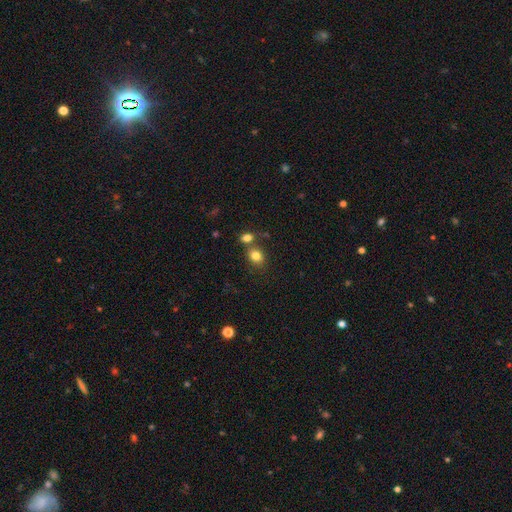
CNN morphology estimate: This appears to be a smooth galaxy with no disk features (82%) that is round (50%). Merging: none (58%).